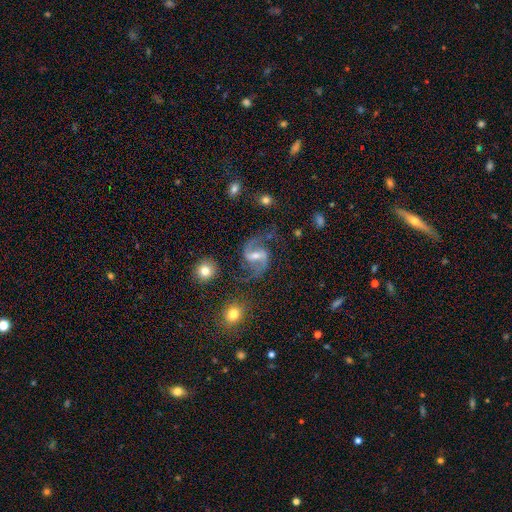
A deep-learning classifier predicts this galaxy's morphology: A featured or disk galaxy (89%) with a strong bar (47%), 2 (94%) loose (47%) spiral arms (97%) and a moderate central bulge (49%). Merging: none (73%).